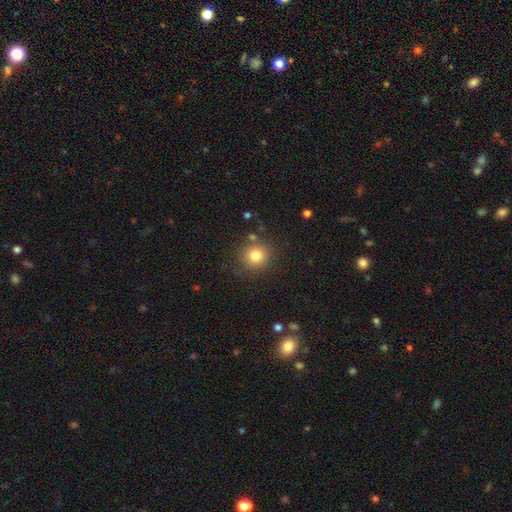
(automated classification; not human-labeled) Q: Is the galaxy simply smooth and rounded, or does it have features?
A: smooth — 80%.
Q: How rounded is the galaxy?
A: round — 89%.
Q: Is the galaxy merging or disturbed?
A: none — 82%.